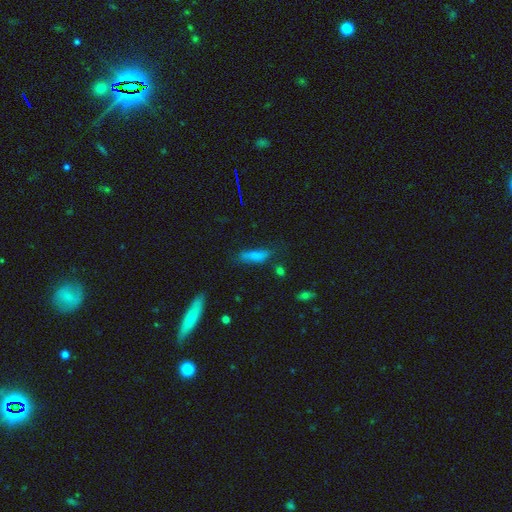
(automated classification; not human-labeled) This appears to be a smooth galaxy with no disk features (77%) that is cigar-shaped (51%). Merging: none (60%).